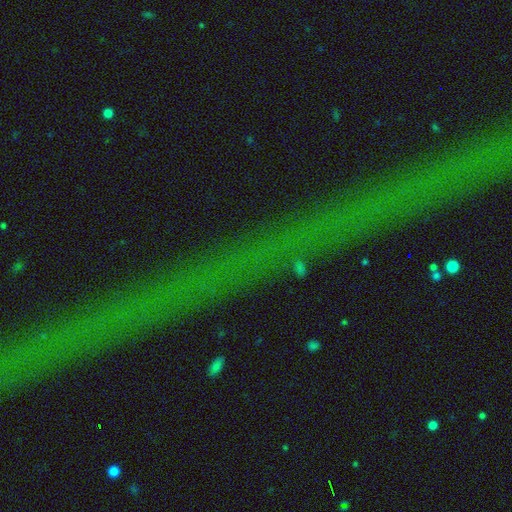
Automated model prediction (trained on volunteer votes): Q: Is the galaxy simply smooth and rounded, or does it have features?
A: star or artifact — 76%.